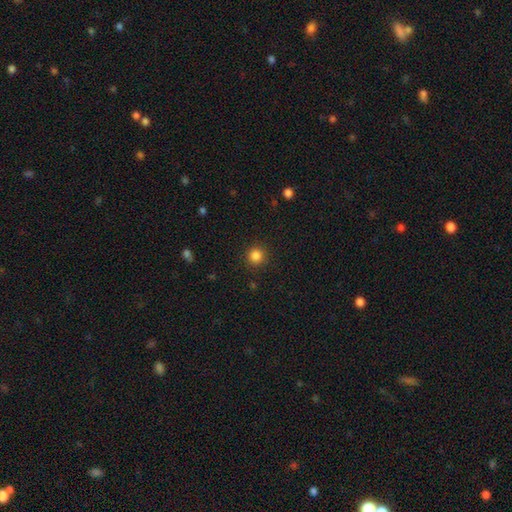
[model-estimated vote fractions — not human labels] Smooth or featured?
  - smooth: 85% *
  - star or artifact: 12%
  - featured or disk: 4%
How rounded?
  - round: 94% *
  - in between: 6%
  - cigar-shaped: 1%
Merging?
  - none: 90% *
  - minor disturbance: 6%
  - major disturbance: 2%
  - merger: 1%